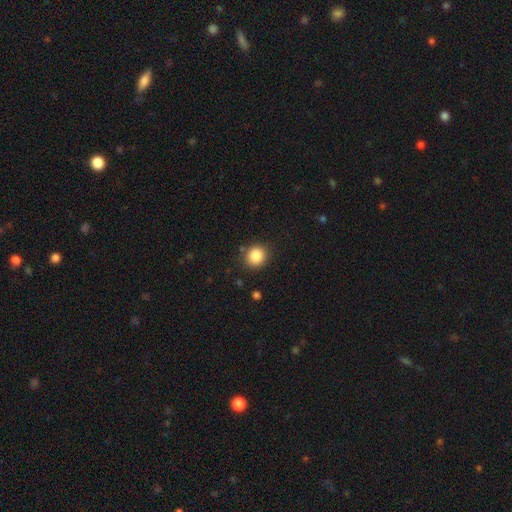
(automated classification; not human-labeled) Q: Smooth or featured?
A: smooth (87%); runner-up: star or artifact (9%)
Q: How rounded?
A: round (84%); runner-up: in between (15%)
Q: Merging?
A: none (85%); runner-up: minor disturbance (9%)